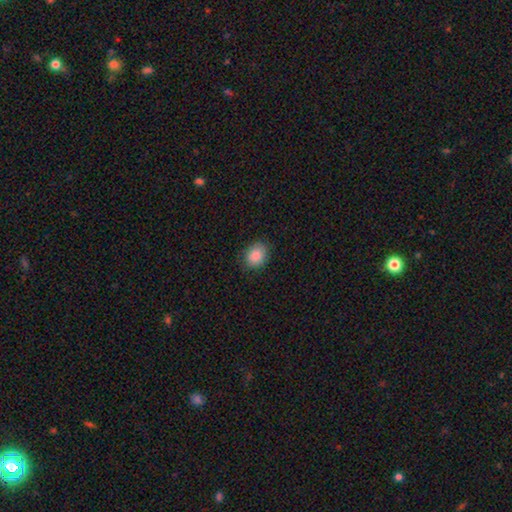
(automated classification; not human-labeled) Overall: smooth (88%). How rounded: in between (58%; round 41%). Merging: none (84%).